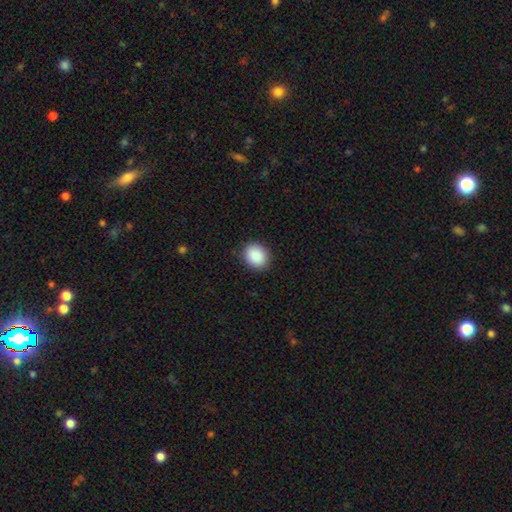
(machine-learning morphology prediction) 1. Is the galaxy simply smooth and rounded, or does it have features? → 90% smooth, 7% star or artifact, 3% featured or disk.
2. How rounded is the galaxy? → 59% round, 40% in between, 1% cigar-shaped.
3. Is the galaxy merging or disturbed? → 89% none, 8% minor disturbance, 2% major disturbance, 1% merger.